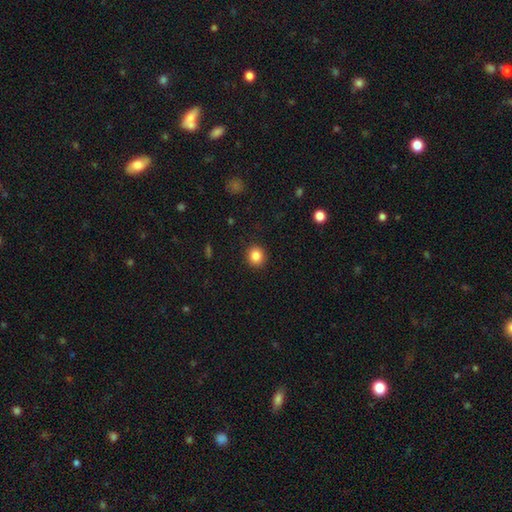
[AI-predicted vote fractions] Overall: smooth (85%). How rounded: round (87%). Merging: none (91%).